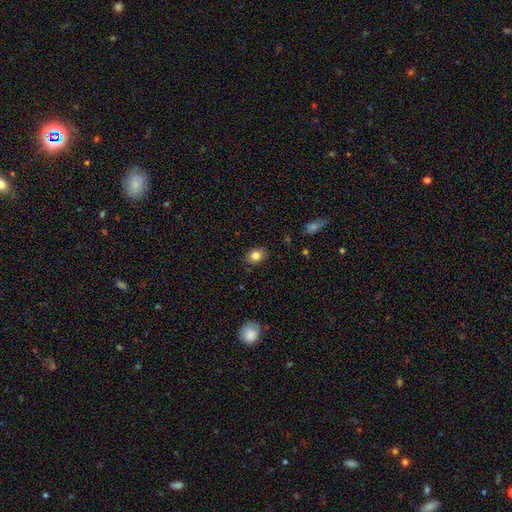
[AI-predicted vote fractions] smooth 83%, star or artifact 9%, featured or disk 8%. Down the decision tree: how rounded — in between (64%); merging — none (87%).